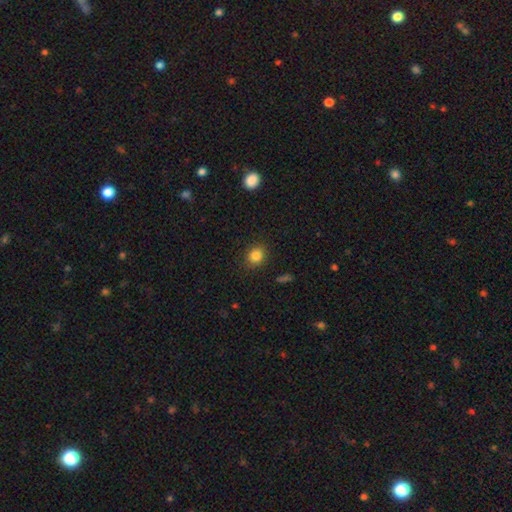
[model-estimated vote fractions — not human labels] smooth-or-featured: smooth: 84% | star or artifact: 11% | featured or disk: 5%
  how-rounded: round: 74% | in between: 25% | cigar-shaped: 1%
  merging: none: 88% | minor disturbance: 9% | major disturbance: 3% | merger: 1%